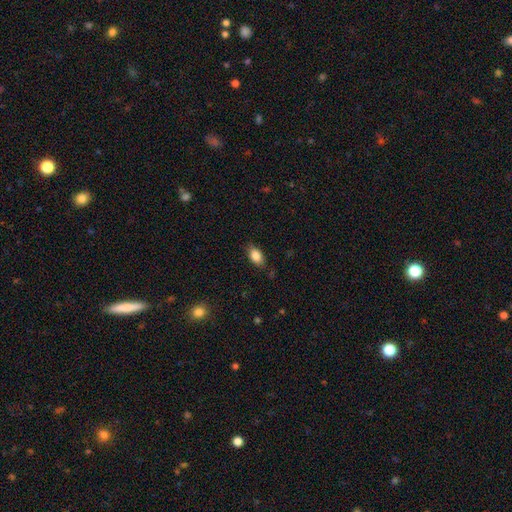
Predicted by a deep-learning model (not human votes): This appears to be a smooth galaxy with no disk features (85%) that is in between round and cigar-shaped (89%). Merging: none (82%).